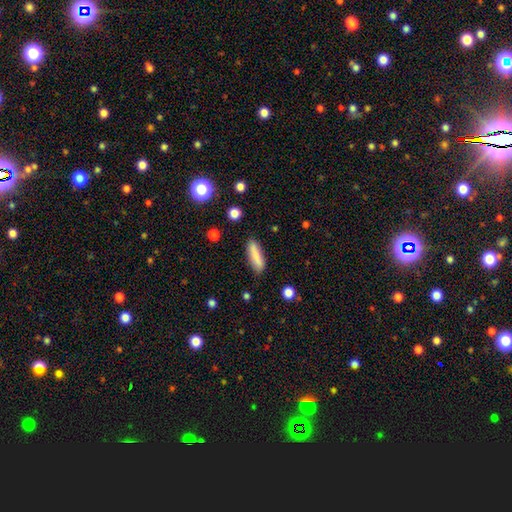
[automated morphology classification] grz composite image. It shows a smooth galaxy with no disk features (83%) that is cigar-shaped (64%). Merging: none (83%).